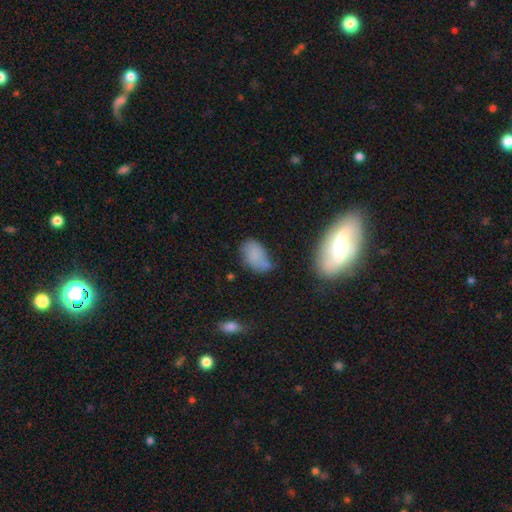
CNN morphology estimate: Smooth or featured? Predicted: smooth (p=0.73). How rounded? Predicted: in between (p=0.89). Merging? Predicted: none (p=0.40).